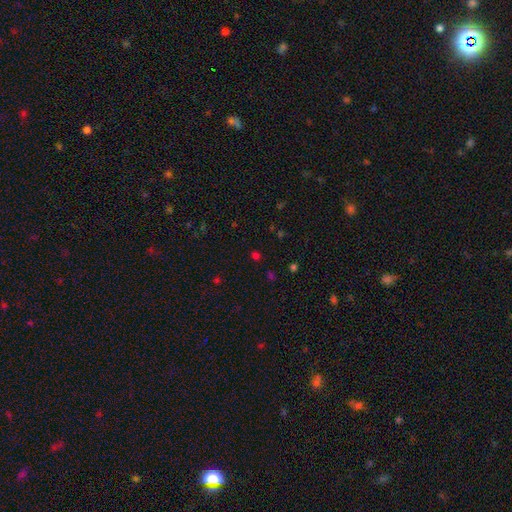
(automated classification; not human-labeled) A smooth galaxy with no disk features (53%) that is round (58%).

Vote fractions:
- Smooth or featured? smooth: 53% / star or artifact: 41% / featured or disk: 5%
- How rounded? round: 58% / in between: 40% / cigar-shaped: 2%
- Merging? none: 81% / minor disturbance: 11% / major disturbance: 5% / merger: 4%